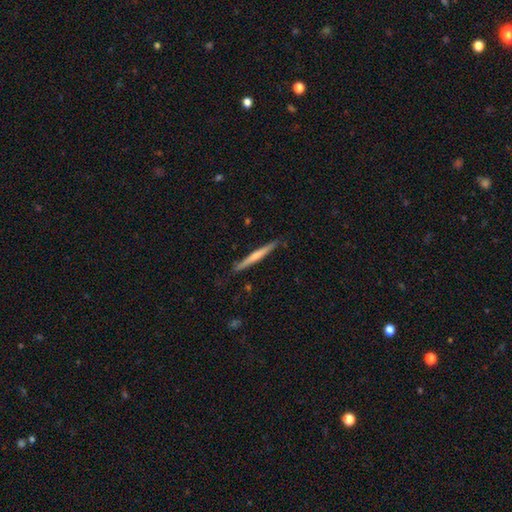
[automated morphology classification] Q: Smooth or featured?
A: featured or disk (48%); runner-up: smooth (47%)
Q: Merging?
A: none (87%); runner-up: minor disturbance (10%)